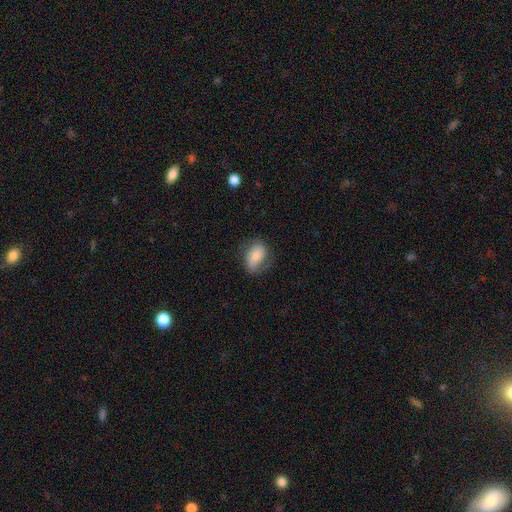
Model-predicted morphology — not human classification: type=smooth (63%); roundness=in between (84%); merging=none (64%).